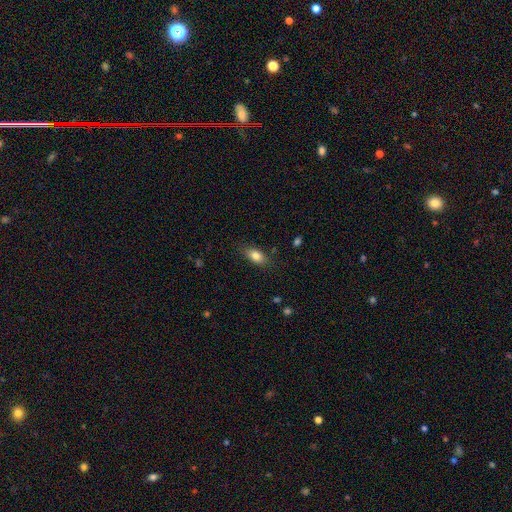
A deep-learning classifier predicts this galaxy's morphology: smooth-or-featured: smooth: 82% | featured or disk: 10% | star or artifact: 8%
  how-rounded: in between: 87% | round: 7% | cigar-shaped: 6%
  merging: none: 82% | minor disturbance: 13% | major disturbance: 3% | merger: 1%